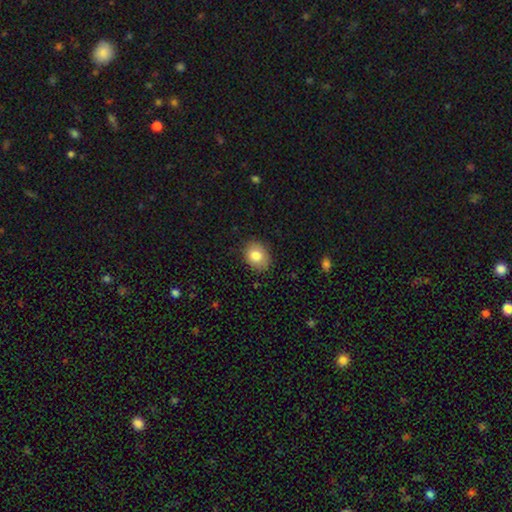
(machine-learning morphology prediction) smooth 82%, featured or disk 9%, star or artifact 9%. Down the decision tree: how rounded — in between (56%); merging — none (84%).